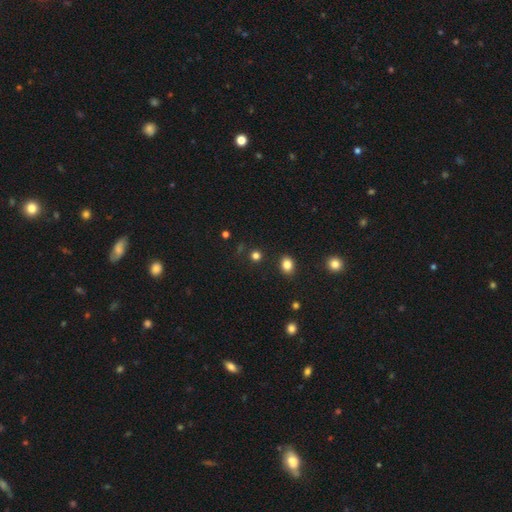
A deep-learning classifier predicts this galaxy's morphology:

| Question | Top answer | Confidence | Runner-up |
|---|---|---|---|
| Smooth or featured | smooth | 76% | star or artifact (20%) |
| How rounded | round | 83% | in between (16%) |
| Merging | none | 86% | minor disturbance (7%) |